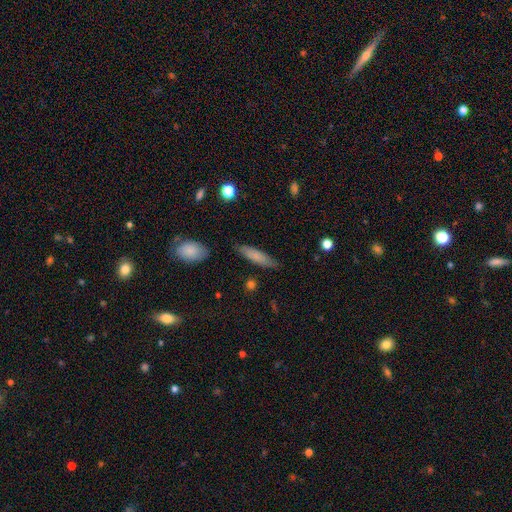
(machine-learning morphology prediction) smooth-or-featured: smooth: 74% | featured or disk: 19% | star or artifact: 7%
  how-rounded: cigar-shaped: 73% | in between: 25% | round: 2%
  merging: none: 81% | minor disturbance: 14% | major disturbance: 3% | merger: 3%